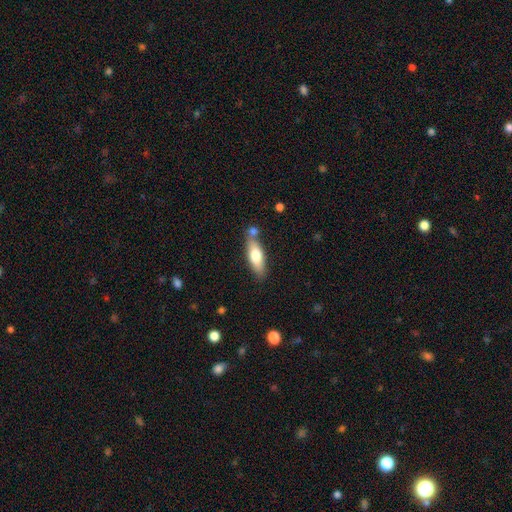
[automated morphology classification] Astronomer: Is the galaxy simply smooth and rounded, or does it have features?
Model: smooth — 69%.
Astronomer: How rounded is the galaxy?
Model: in between — 55% (runner-up: cigar-shaped, 43%).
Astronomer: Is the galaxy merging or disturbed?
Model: none — 65%.